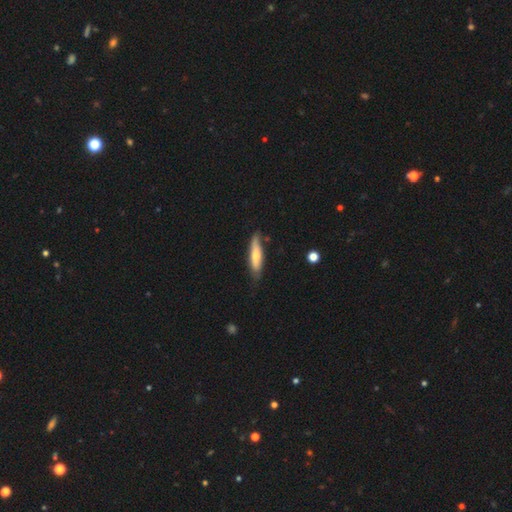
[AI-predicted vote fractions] smooth 59%, featured or disk 35%, star or artifact 5%. Down the decision tree: how rounded — cigar-shaped (72%); merging — none (66%).